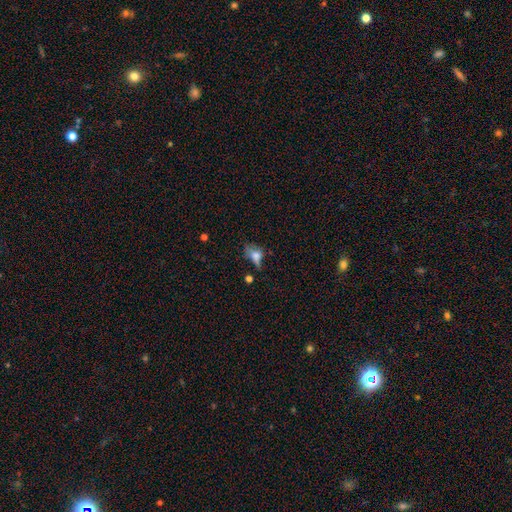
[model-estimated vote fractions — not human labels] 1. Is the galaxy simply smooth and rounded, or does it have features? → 60% smooth, 25% featured or disk, 15% star or artifact.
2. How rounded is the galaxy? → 71% in between, 22% round, 7% cigar-shaped.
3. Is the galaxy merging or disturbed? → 36% major disturbance, 29% none, 25% minor disturbance, 10% merger.